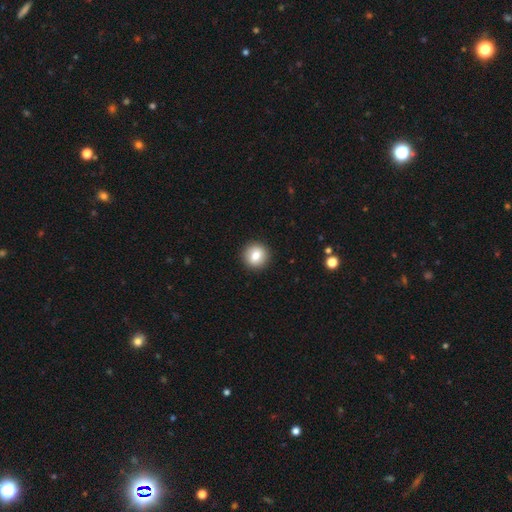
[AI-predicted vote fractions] A smooth galaxy with no disk features (80%) that is round (92%).

Vote fractions:
- Smooth or featured? smooth: 80% / featured or disk: 12% / star or artifact: 9%
- How rounded? round: 92% / in between: 7% / cigar-shaped: 1%
- Merging? none: 92% / minor disturbance: 5% / major disturbance: 2% / merger: 1%